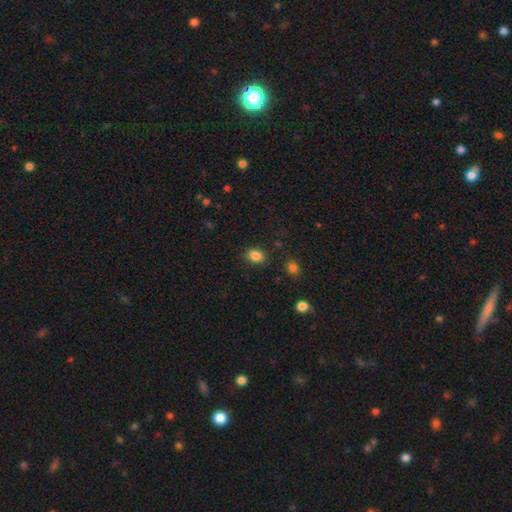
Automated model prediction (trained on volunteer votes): This is clearly a smooth galaxy (85%). How rounded: likely in between (67%). Merging: clearly none (84%).